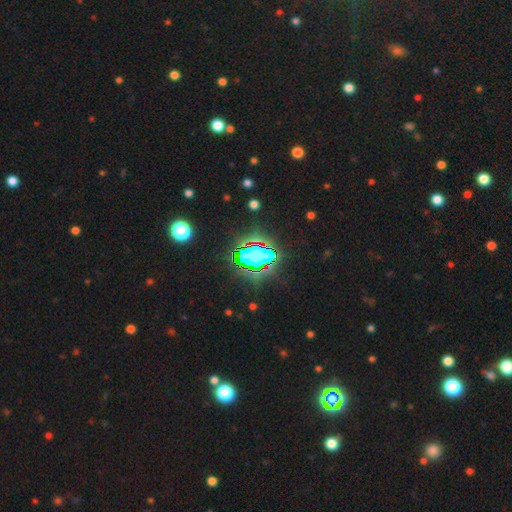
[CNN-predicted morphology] A star or artifact, not a galaxy (67%).

Vote fractions:
- Smooth or featured? star or artifact: 67% / smooth: 20% / featured or disk: 13%